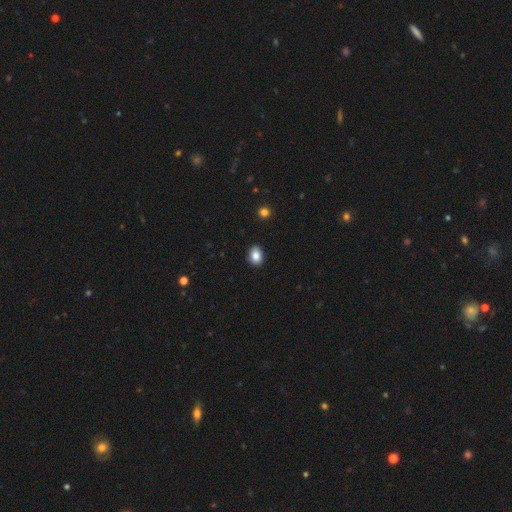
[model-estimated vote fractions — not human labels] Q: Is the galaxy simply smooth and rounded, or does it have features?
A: smooth — 86%.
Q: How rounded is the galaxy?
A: in between — 67%.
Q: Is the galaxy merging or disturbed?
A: none — 89%.